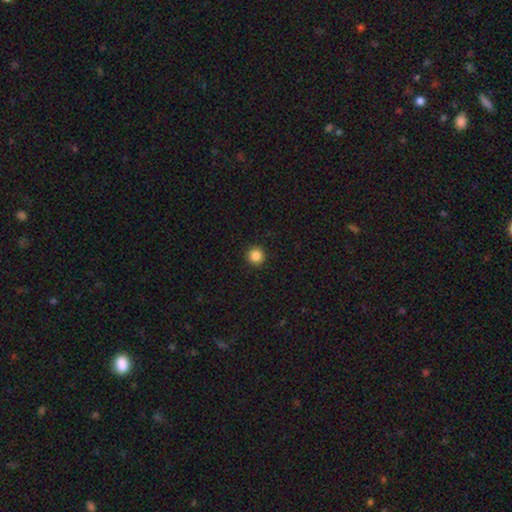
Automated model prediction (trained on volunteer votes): Smooth or featured? Predicted: smooth (p=0.86). How rounded? Predicted: round (p=0.96). Merging? Predicted: none (p=0.94).